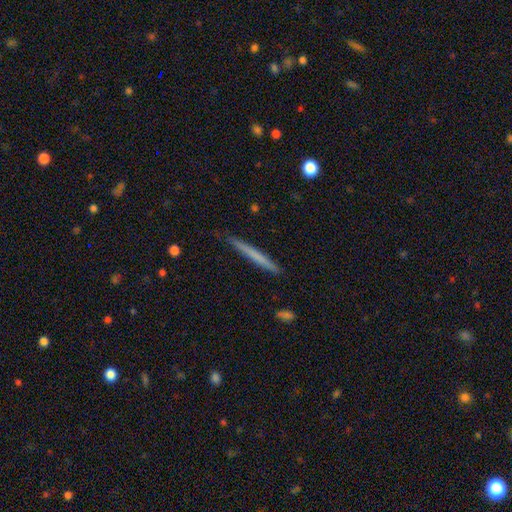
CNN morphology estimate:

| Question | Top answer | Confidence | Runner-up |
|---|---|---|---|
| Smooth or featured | smooth | 61% | featured or disk (34%) |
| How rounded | cigar-shaped | 97% | in between (2%) |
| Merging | none | 88% | minor disturbance (10%) |